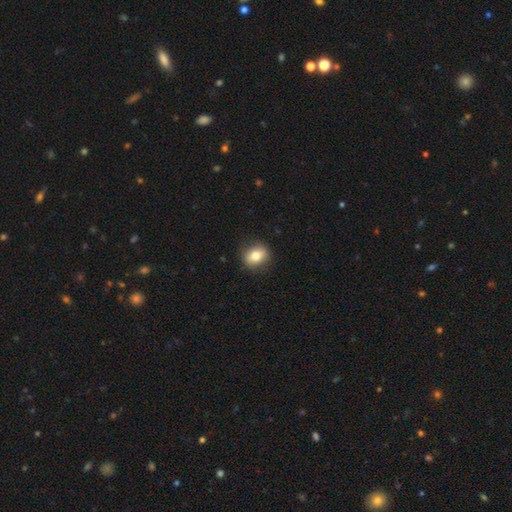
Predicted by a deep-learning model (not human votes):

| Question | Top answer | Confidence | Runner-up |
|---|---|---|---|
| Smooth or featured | smooth | 77% | featured or disk (15%) |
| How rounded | round | 49% | tied: in between (49%) |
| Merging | none | 86% | minor disturbance (11%) |